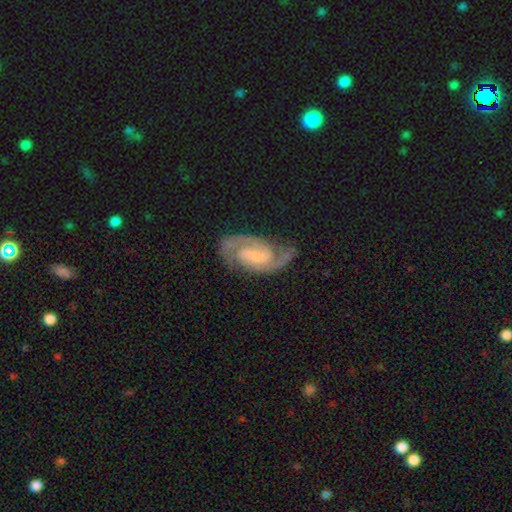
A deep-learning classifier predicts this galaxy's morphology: Overall: featured or disk (91%). Edge-on disk: no (97%). Bar: weak (52%; no 30%). Spiral arms: yes (98%). Spiral arm count: 2 (90%). Spiral winding: medium (52%; tight 39%). Bulge size: small (53%; moderate 31%). Merging: none (77%).